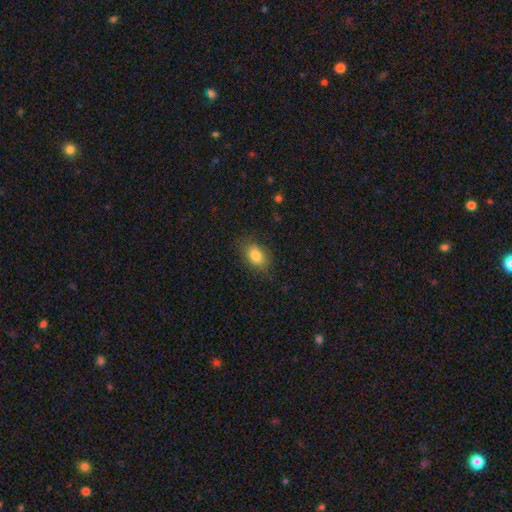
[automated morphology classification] This appears to be a smooth galaxy with no disk features (83%) that is in between round and cigar-shaped (88%). Merging: none (82%).